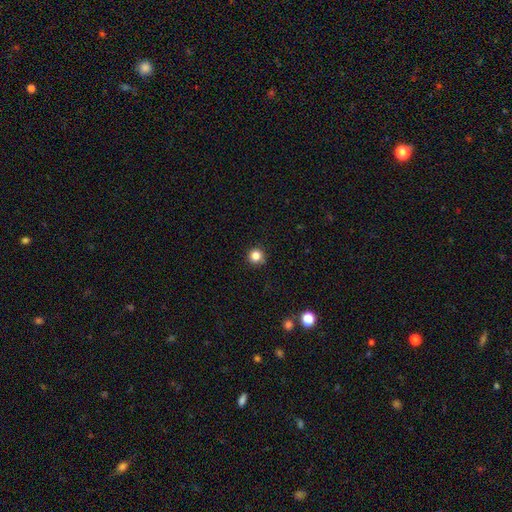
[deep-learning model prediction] smooth-or-featured: smooth: 84% | star or artifact: 12% | featured or disk: 4%
  how-rounded: round: 94% | in between: 5% | cigar-shaped: 1%
  merging: none: 88% | minor disturbance: 8% | major disturbance: 2% | merger: 1%